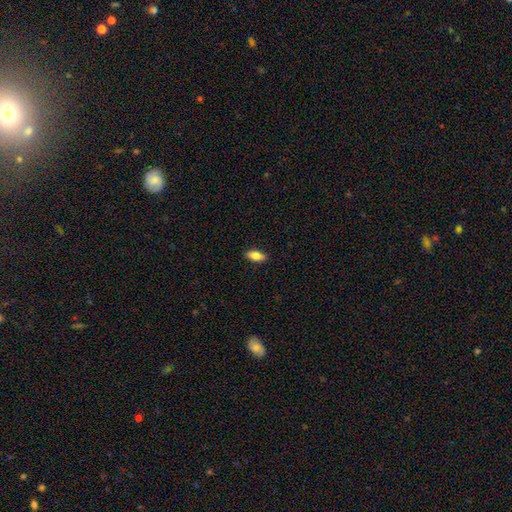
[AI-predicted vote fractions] smooth-or-featured: smooth: 76% | featured or disk: 17% | star or artifact: 7%
  how-rounded: in between: 82% | cigar-shaped: 15% | round: 3%
  merging: none: 90% | minor disturbance: 8% | major disturbance: 2% | merger: 1%